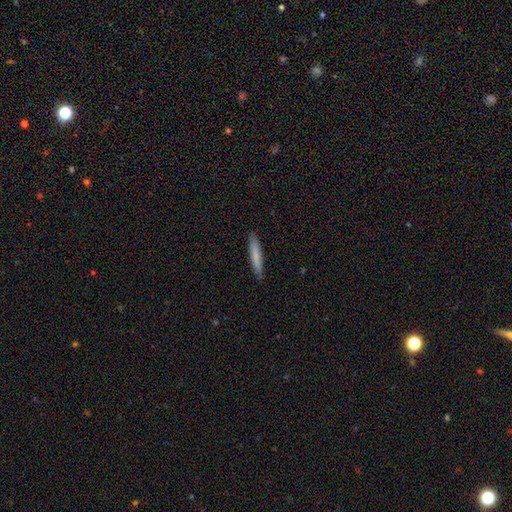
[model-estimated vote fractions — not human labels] A smooth galaxy with no disk features (73%) that is cigar-shaped (94%).

Vote fractions:
- Smooth or featured? smooth: 73% / featured or disk: 22% / star or artifact: 6%
- How rounded? cigar-shaped: 94% / in between: 5% / round: 1%
- Merging? none: 89% / minor disturbance: 8% / major disturbance: 1% / merger: 1%